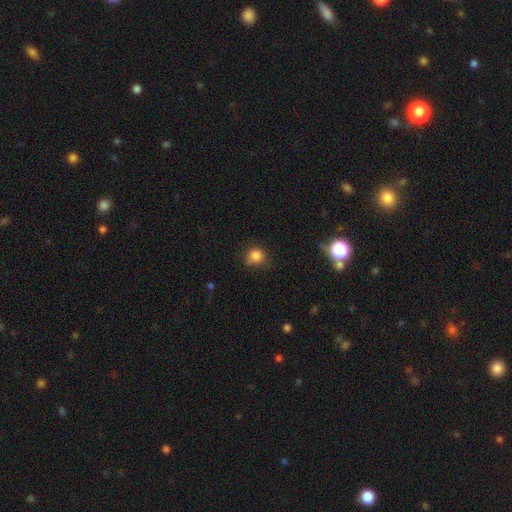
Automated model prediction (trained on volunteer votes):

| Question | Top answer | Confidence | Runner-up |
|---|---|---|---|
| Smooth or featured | smooth | 83% | star or artifact (12%) |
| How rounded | round | 86% | in between (13%) |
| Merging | none | 69% | minor disturbance (23%) |